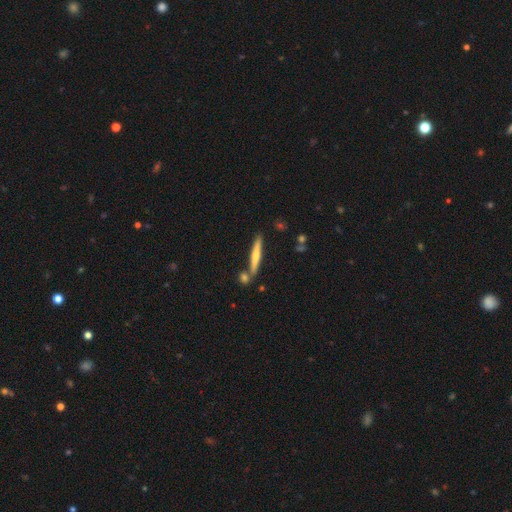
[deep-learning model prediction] Overall: smooth (49%; featured or disk 45%). Merging: none (78%).